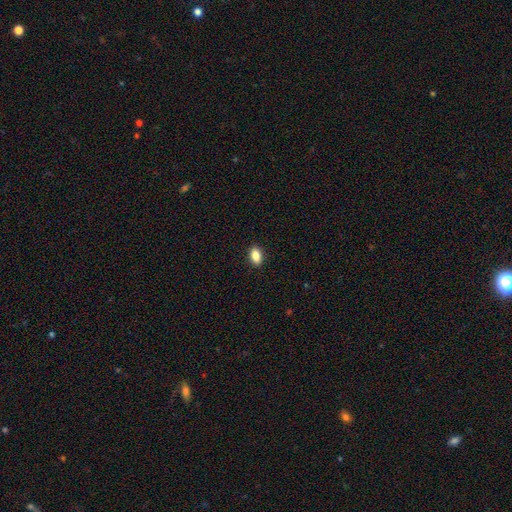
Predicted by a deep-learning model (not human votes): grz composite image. It shows a smooth galaxy with no disk features (84%) that is in between round and cigar-shaped (87%). Merging: none (90%).